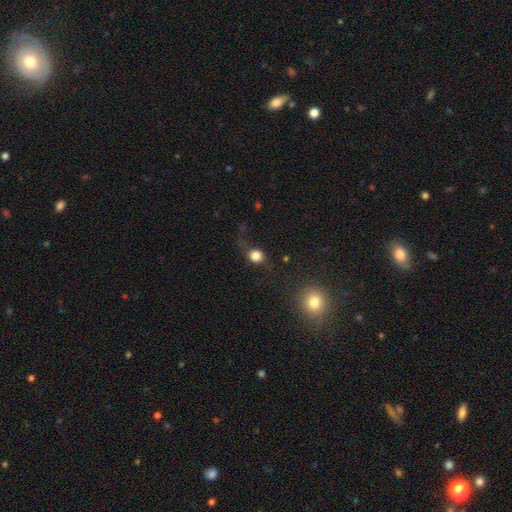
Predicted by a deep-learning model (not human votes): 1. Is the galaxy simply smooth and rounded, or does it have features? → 79% smooth, 13% star or artifact, 8% featured or disk.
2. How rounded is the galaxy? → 80% round, 19% in between, 2% cigar-shaped.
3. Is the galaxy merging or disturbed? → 60% none, 19% minor disturbance, 18% major disturbance, 4% merger.